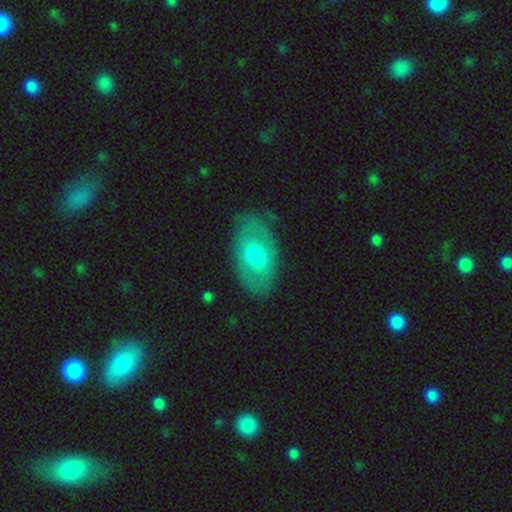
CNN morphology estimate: Smooth or featured?
  - smooth: 56% *
  - featured or disk: 38%
  - star or artifact: 6%
How rounded?
  - in between: 91% *
  - round: 7%
  - cigar-shaped: 2%
Merging?
  - none: 79% *
  - minor disturbance: 15%
  - major disturbance: 5%
  - merger: 1%